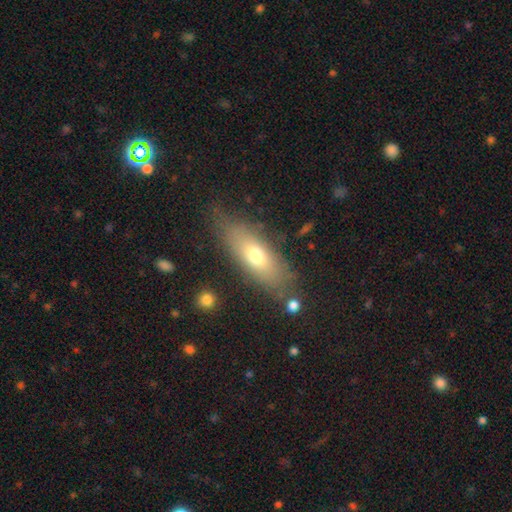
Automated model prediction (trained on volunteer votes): smooth-or-featured: smooth: 63% | featured or disk: 29% | star or artifact: 9%
  how-rounded: in between: 59% | cigar-shaped: 38% | round: 4%
  merging: none: 73% | minor disturbance: 17% | major disturbance: 7% | merger: 3%